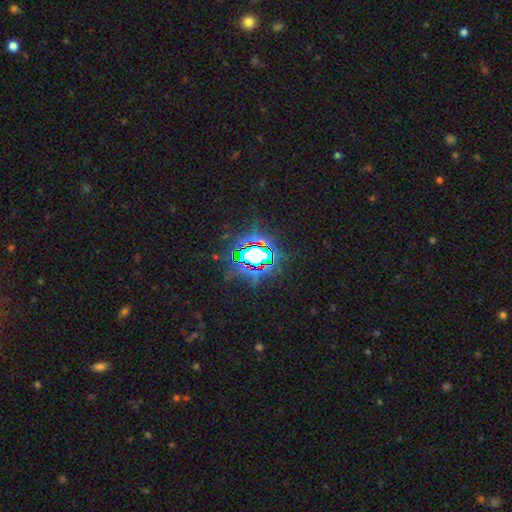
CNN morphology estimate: Q: Smooth or featured?
A: star or artifact (80%); runner-up: smooth (11%)